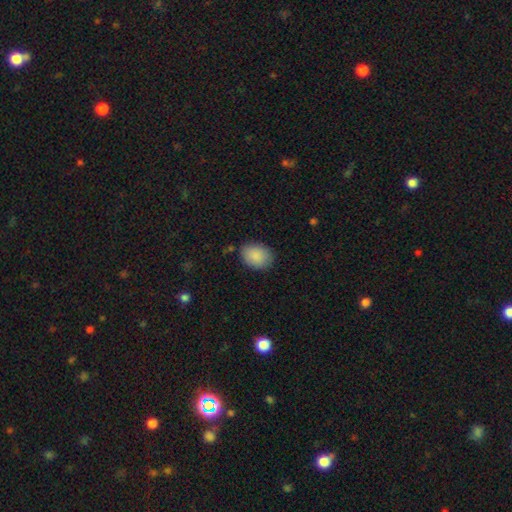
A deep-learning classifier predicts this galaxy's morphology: type=smooth (89%); roundness=in between (66%); merging=none (82%).